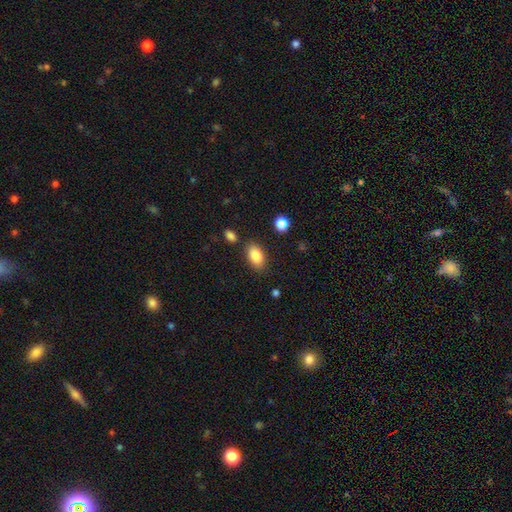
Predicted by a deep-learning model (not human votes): Smooth or featured? Predicted: smooth (p=0.87). How rounded? Predicted: in between (p=0.92). Merging? Predicted: none (p=0.80).